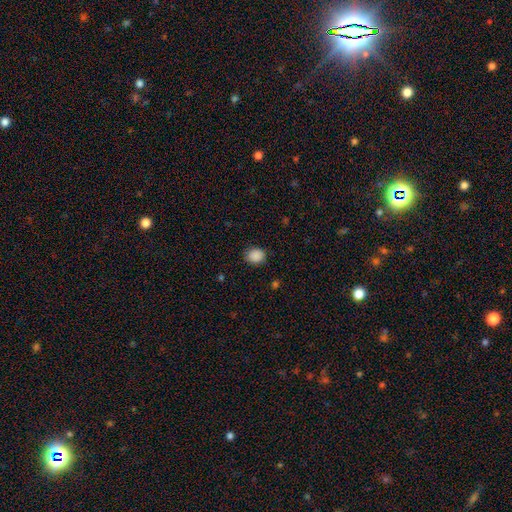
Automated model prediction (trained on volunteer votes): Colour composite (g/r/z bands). It shows a smooth galaxy with no disk features (89%) that is round (63%). Merging: none (86%).